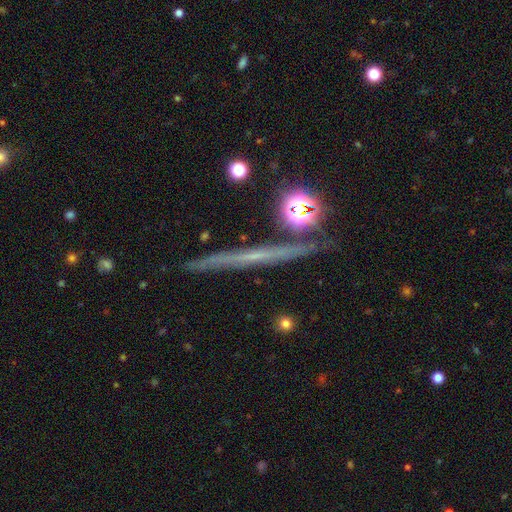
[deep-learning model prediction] Smooth or featured? featured or disk (56%)
Edge-on disk? yes (95%)
Edge-on bulge? none (85%)
Merging? none (87%)